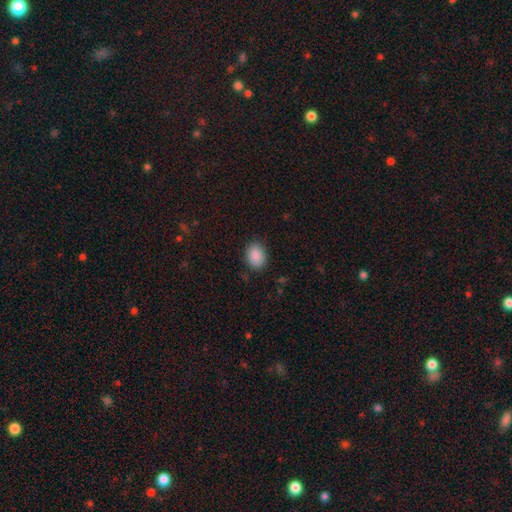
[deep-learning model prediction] Smooth or featured? Predicted: smooth (p=0.89). How rounded? Predicted: in between (p=0.65). Merging? Predicted: none (p=0.86).